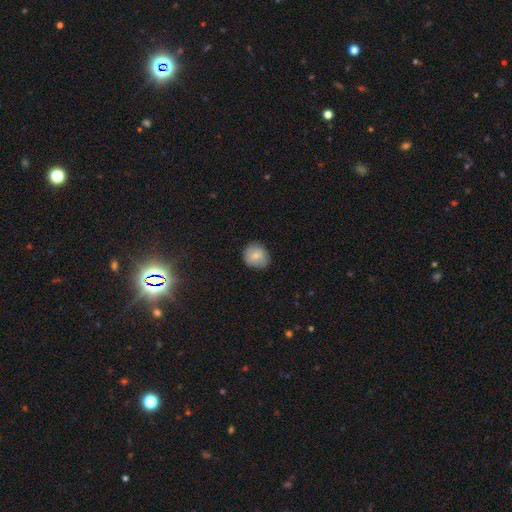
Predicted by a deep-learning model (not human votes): smooth-or-featured: smooth: 75% | featured or disk: 16% | star or artifact: 9%
  how-rounded: round: 77% | in between: 22% | cigar-shaped: 1%
  merging: none: 77% | minor disturbance: 19% | major disturbance: 3% | merger: 1%